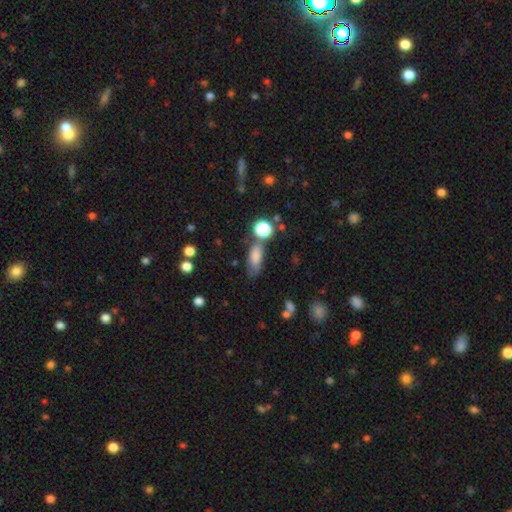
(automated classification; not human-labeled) Smooth or featured: smooth — 77% (star or artifact — 12%)
How rounded: in between — 75% (cigar-shaped — 18%)
Merging: none — 53% (minor disturbance — 24%)